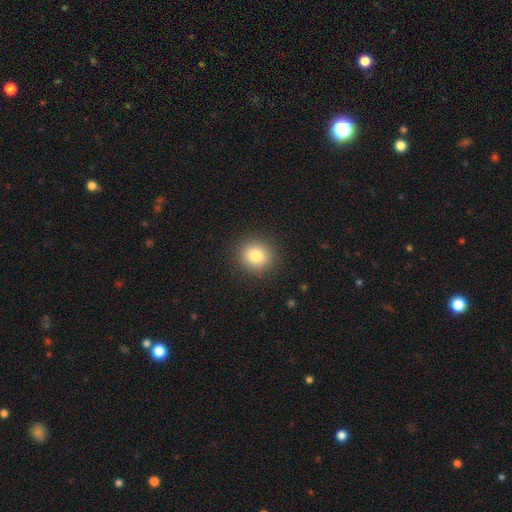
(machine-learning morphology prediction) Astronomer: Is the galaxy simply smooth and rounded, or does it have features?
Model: smooth — 82%.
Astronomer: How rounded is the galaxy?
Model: round — 88%.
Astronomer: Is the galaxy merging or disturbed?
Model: none — 91%.